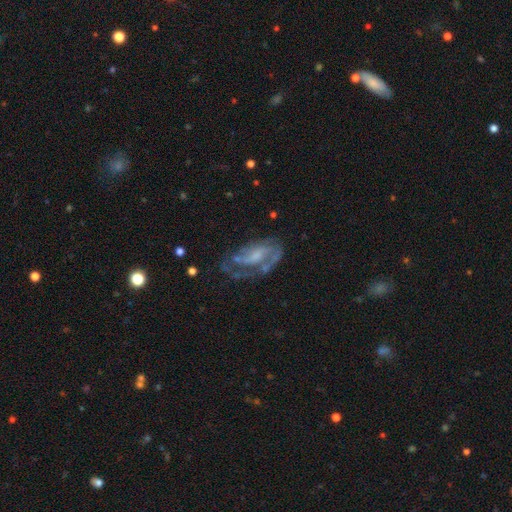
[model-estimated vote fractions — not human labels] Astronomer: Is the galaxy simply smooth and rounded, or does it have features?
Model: featured or disk — 74%.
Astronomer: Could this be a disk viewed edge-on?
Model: no — 94%.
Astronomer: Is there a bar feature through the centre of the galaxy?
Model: no — 52% (runner-up: weak, 36%).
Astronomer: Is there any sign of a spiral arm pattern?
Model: yes — 78%.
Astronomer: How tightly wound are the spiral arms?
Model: medium — 41% (runner-up: tight, 37%).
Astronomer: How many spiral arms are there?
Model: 2 — 40% (runner-up: can't tell, 26%).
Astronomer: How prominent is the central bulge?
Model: small — 38% (runner-up: none, 28%).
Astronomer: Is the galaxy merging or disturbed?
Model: none — 47% (runner-up: major disturbance, 26%).